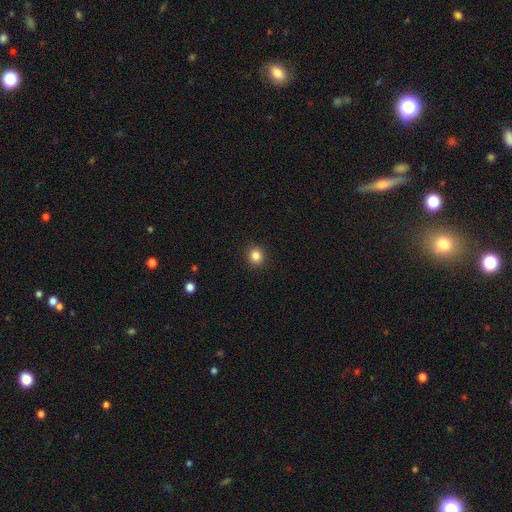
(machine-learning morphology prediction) A smooth galaxy with no disk features (85%) that is round (85%).

Vote fractions:
- Smooth or featured? smooth: 85% / star or artifact: 11% / featured or disk: 4%
- How rounded? round: 85% / in between: 14% / cigar-shaped: 1%
- Merging? none: 92% / minor disturbance: 5% / major disturbance: 2% / merger: 1%